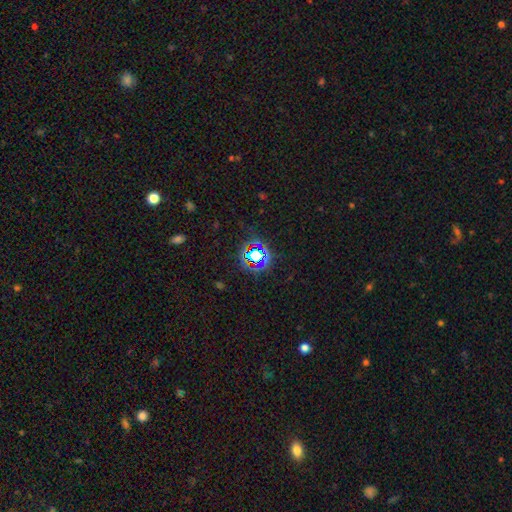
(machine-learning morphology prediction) This appears to be a star or artifact, not a galaxy (72%).